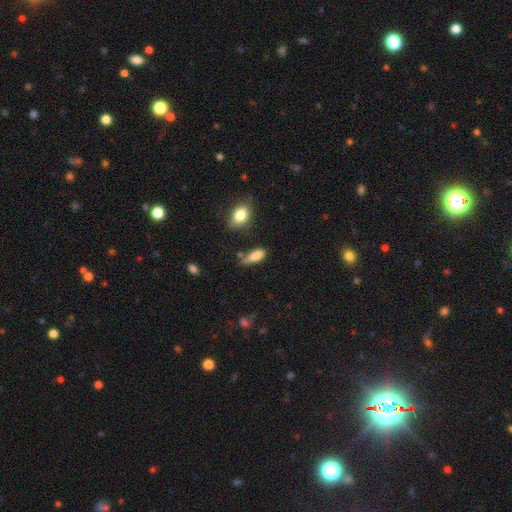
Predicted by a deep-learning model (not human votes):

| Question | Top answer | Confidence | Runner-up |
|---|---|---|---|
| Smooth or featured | smooth | 83% | featured or disk (9%) |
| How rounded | in between | 70% | cigar-shaped (27%) |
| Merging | none | 45% | minor disturbance (35%) |